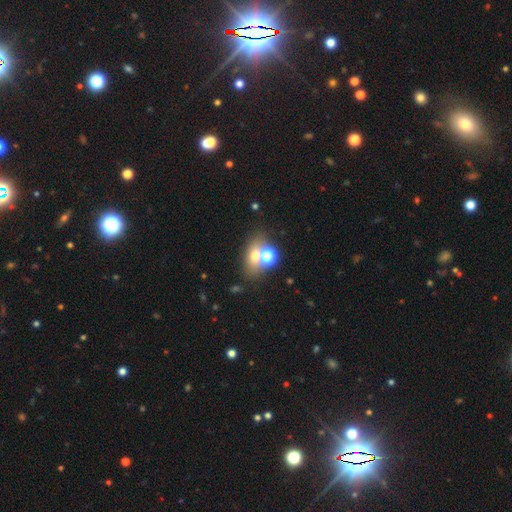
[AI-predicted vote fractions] Morphology: type=smooth (57%); roundness=in between (53%); merging=none (50%).